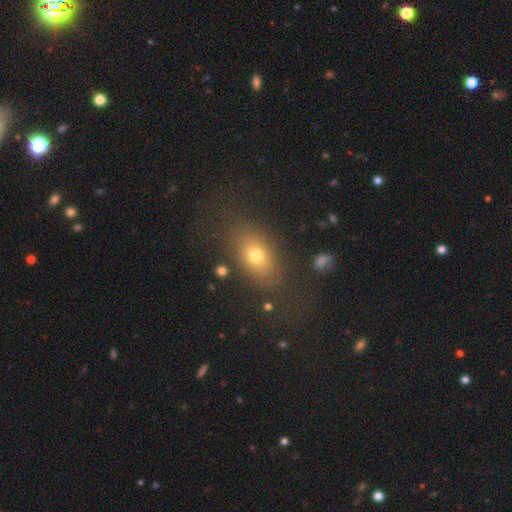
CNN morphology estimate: The model was most divided on "how rounded": in between: 75%, round: 21%, cigar-shaped: 4%. More confident: merging — none (76%); smooth or featured — smooth (71%).